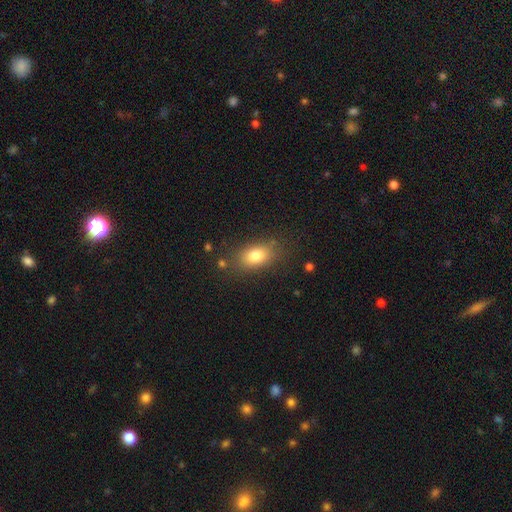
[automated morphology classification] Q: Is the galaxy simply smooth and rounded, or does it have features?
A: smooth — 79%.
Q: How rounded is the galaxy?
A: in between — 84%.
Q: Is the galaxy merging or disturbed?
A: none — 79%.